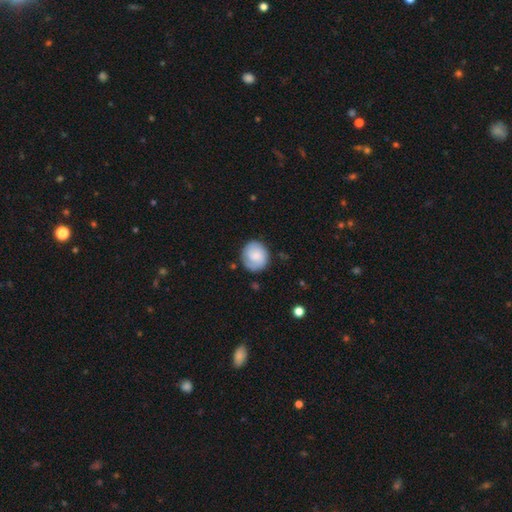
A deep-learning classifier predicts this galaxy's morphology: type=smooth (68%); roundness=round (84%); merging=none (78%).